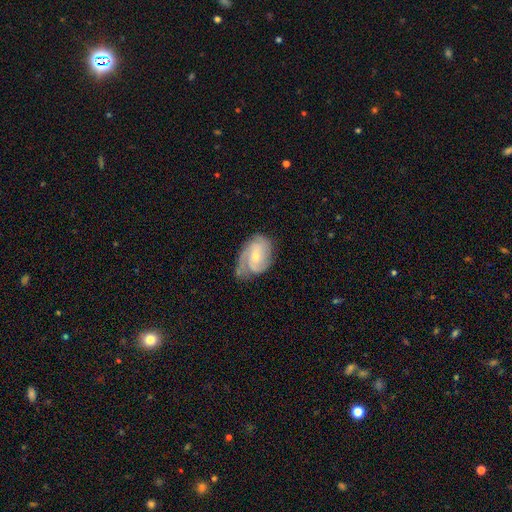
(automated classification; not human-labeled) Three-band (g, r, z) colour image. It shows a featured or disk galaxy (78%) with a weak bar (46%), 2 (37%) tight (46%) spiral arms (94%) and a small central bulge (59%). Merging: none (56%).